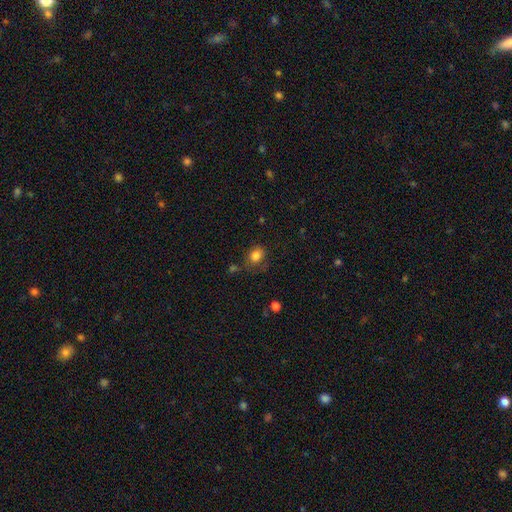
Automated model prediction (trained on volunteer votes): Smooth or featured? smooth (82%)
How rounded? in between (52%)
Merging? none (65%)